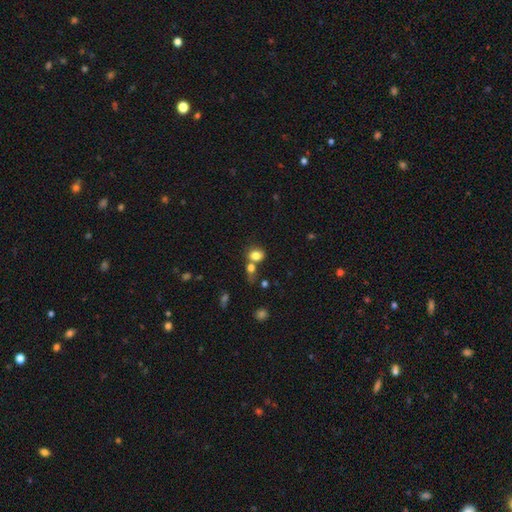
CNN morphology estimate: This is likely a smooth galaxy (80%). How rounded: possibly round (56%). Merging: possibly none (47%).